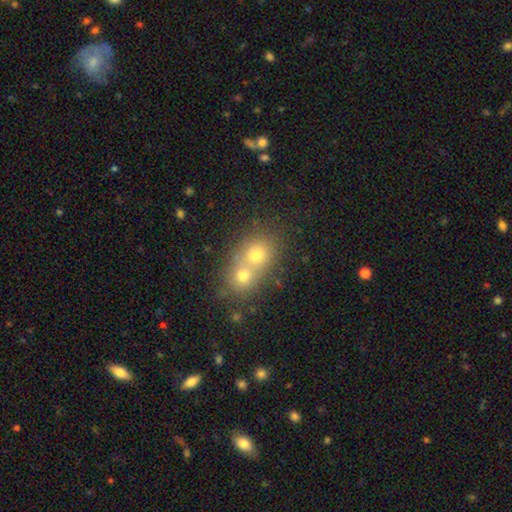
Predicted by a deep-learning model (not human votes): Smooth or featured?
  - smooth: 67% *
  - featured or disk: 18%
  - star or artifact: 15%
How rounded?
  - round: 70% *
  - in between: 29%
  - cigar-shaped: 1%
Merging?
  - merger: 64% *
  - none: 29%
  - minor disturbance: 5%
  - major disturbance: 2%